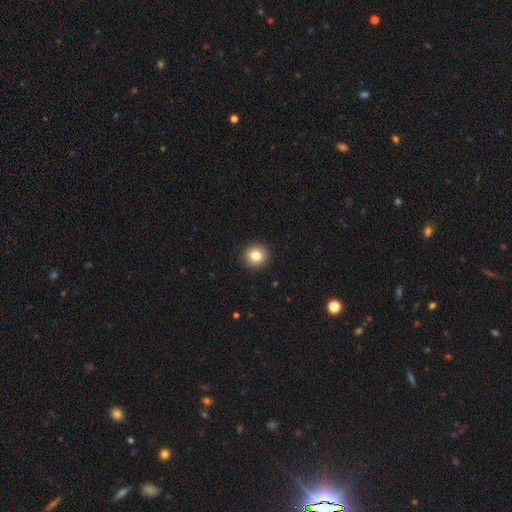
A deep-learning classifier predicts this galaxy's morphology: Smooth or featured: smooth — 82% (star or artifact — 10%)
How rounded: round — 91% (in between — 8%)
Merging: none — 92% (minor disturbance — 5%)